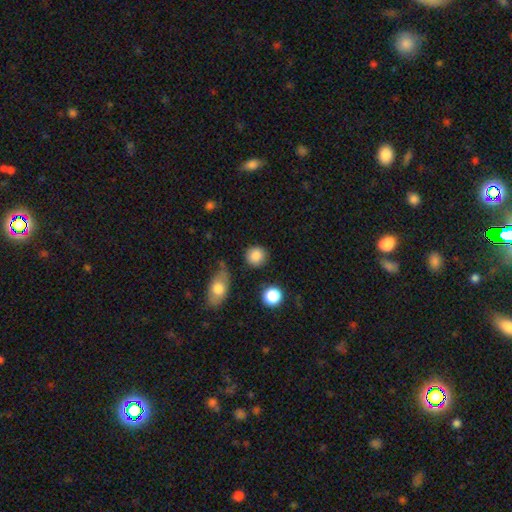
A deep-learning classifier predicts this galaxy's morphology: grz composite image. It shows a smooth galaxy with no disk features (86%) that is round (90%). Merging: none (84%).